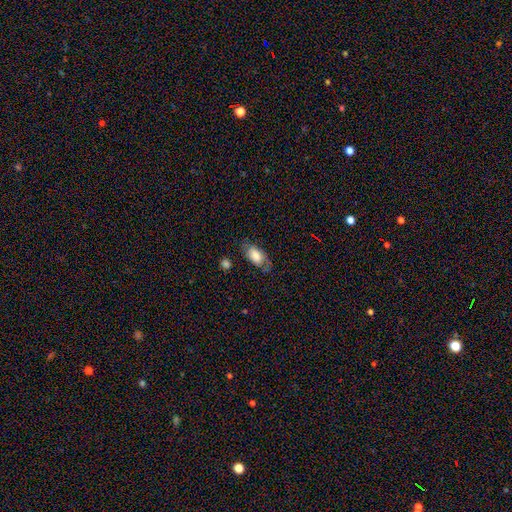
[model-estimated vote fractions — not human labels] Smooth or featured?
  - smooth: 67% *
  - featured or disk: 26%
  - star or artifact: 7%
How rounded?
  - in between: 90% *
  - cigar-shaped: 5%
  - round: 4%
Merging?
  - none: 63% *
  - minor disturbance: 25%
  - major disturbance: 10%
  - merger: 2%